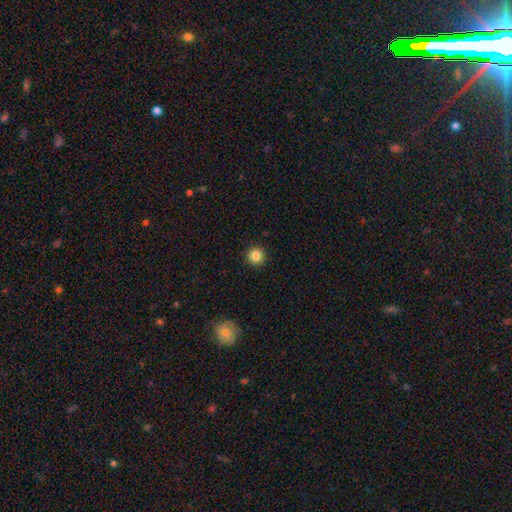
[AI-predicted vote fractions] Smooth or featured?
  - smooth: 85% *
  - star or artifact: 10%
  - featured or disk: 5%
How rounded?
  - round: 96% *
  - in between: 3%
  - cigar-shaped: 1%
Merging?
  - none: 93% *
  - minor disturbance: 4%
  - major disturbance: 2%
  - merger: 1%